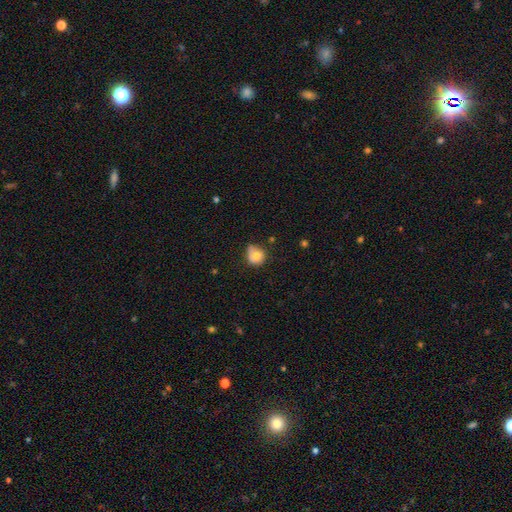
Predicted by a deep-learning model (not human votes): This appears to be a smooth galaxy with no disk features (72%) that is round (69%). Merging: none (45%).